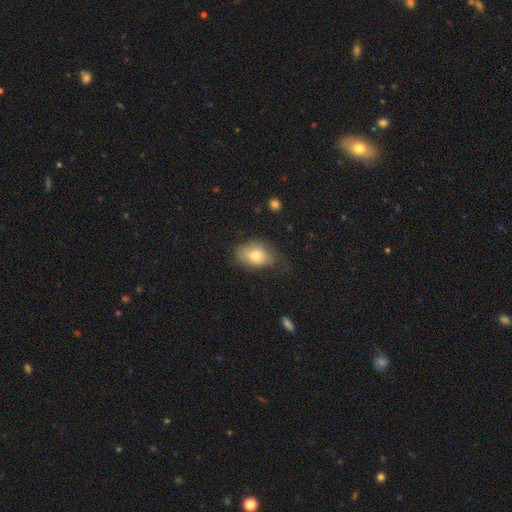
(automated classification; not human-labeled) smooth 76%, featured or disk 16%, star or artifact 8%. Down the decision tree: how rounded — in between (81%); merging — none (60%).